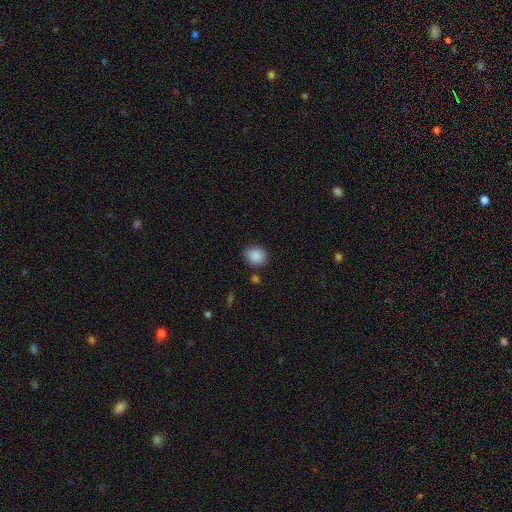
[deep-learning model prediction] The model was most divided on "how rounded": round: 55%, in between: 44%, cigar-shaped: 1%. More confident: smooth or featured — smooth (88%); merging — none (79%).